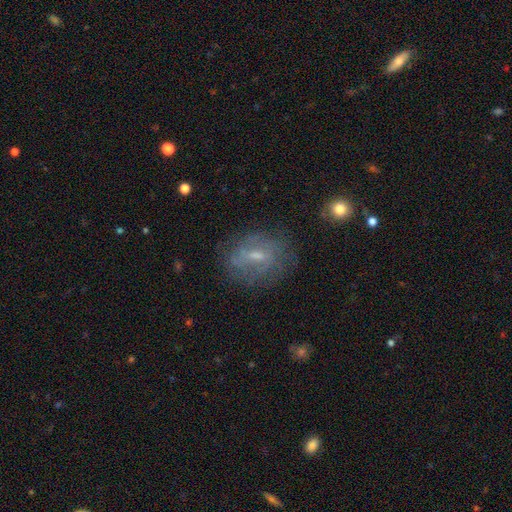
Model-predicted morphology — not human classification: Q: Smooth or featured?
A: featured or disk (53%); runner-up: smooth (35%)
Q: Edge-on disk?
A: no (92%); runner-up: yes (8%)
Q: Merging?
A: none (69%); runner-up: minor disturbance (19%)